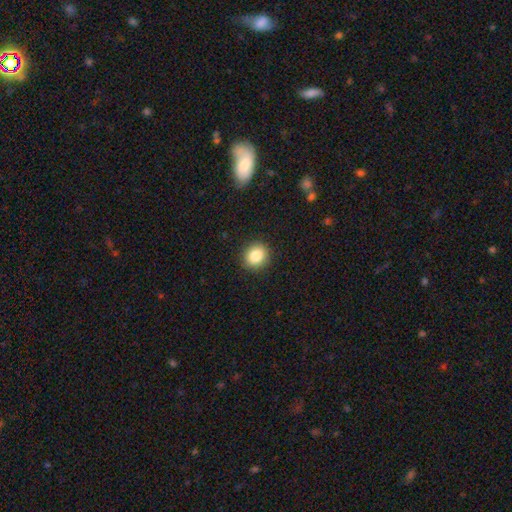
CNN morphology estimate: smooth_or_featured: smooth (p=0.84) [alt: star or artifact p=0.10]
how_rounded: round (p=0.80) [alt: in between p=0.19]
merging: none (p=0.90) [alt: minor disturbance p=0.07]